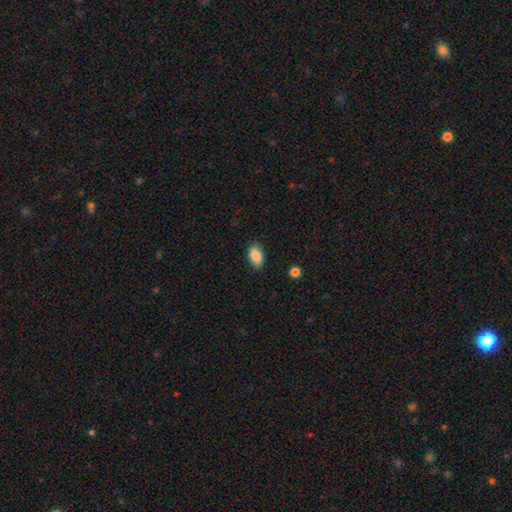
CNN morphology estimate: Q: Smooth or featured?
A: smooth (88%); runner-up: star or artifact (7%)
Q: How rounded?
A: in between (92%); runner-up: round (4%)
Q: Merging?
A: none (83%); runner-up: minor disturbance (13%)